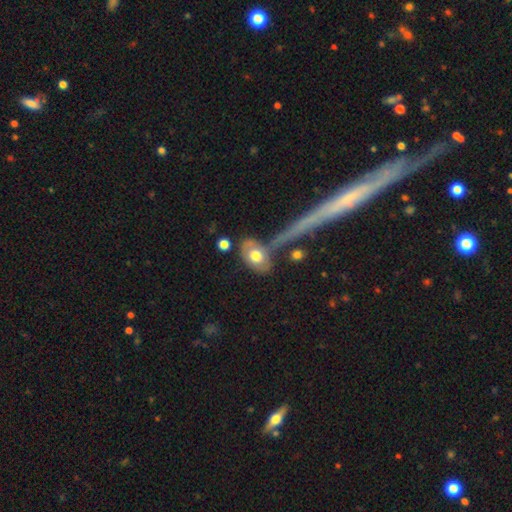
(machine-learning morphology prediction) This is likely a smooth galaxy (64%). How rounded: clearly in between (84%). Merging: possibly none (53%).